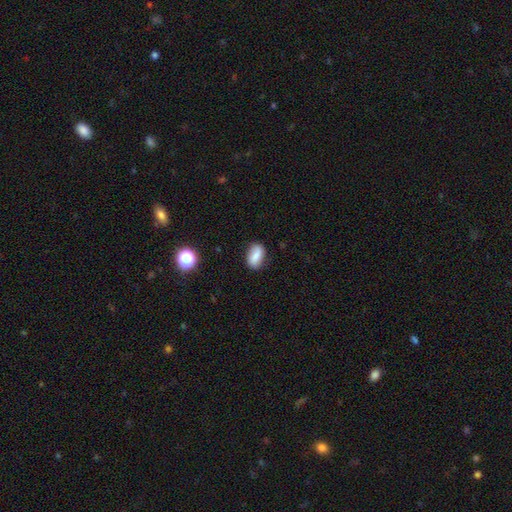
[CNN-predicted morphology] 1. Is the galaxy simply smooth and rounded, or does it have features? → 71% smooth, 19% featured or disk, 10% star or artifact.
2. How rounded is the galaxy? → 85% in between, 12% round, 3% cigar-shaped.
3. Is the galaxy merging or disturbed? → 78% none, 17% minor disturbance, 4% major disturbance, 2% merger.